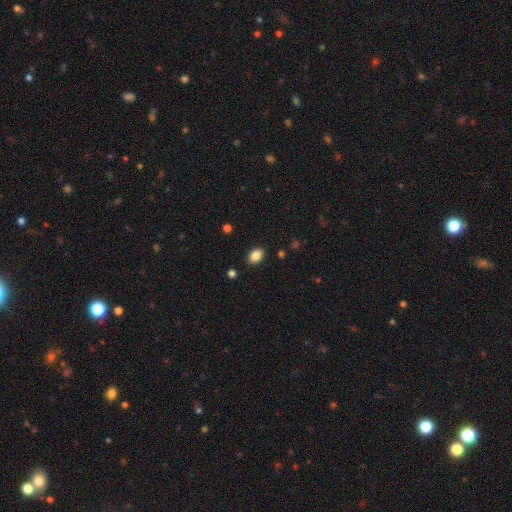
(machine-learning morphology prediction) smooth-or-featured: smooth: 86% | star or artifact: 9% | featured or disk: 5%
  how-rounded: in between: 77% | round: 22% | cigar-shaped: 1%
  merging: none: 88% | minor disturbance: 8% | major disturbance: 2% | merger: 1%